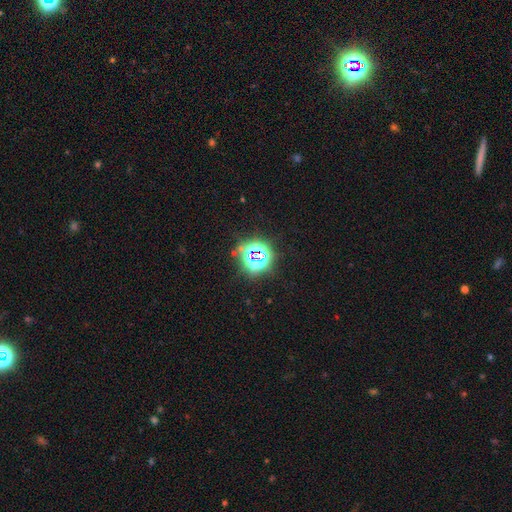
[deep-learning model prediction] Morphology: type=star or artifact (73%).